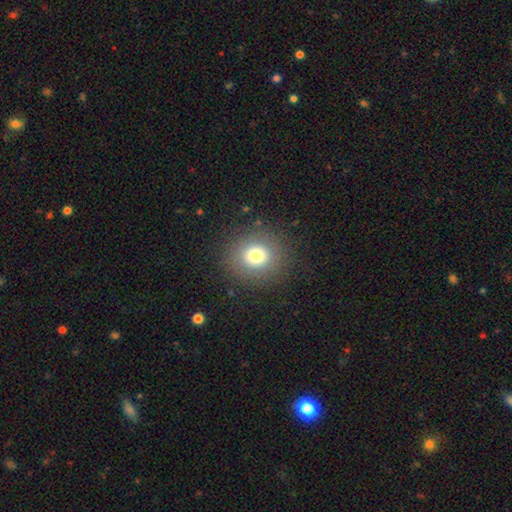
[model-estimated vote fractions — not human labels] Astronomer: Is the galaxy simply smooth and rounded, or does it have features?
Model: smooth — 74%.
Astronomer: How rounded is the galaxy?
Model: round — 88%.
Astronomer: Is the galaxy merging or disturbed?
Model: none — 87%.